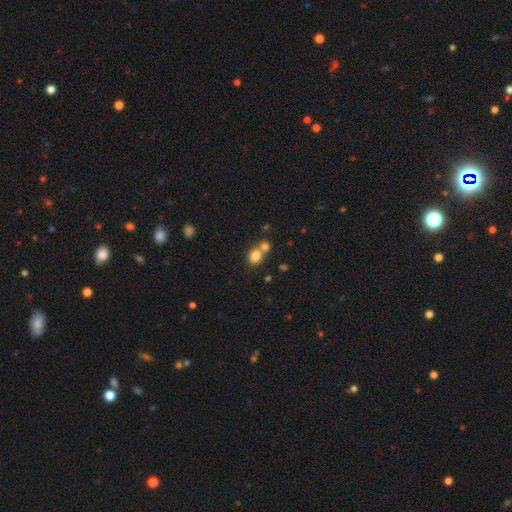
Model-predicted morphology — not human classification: smooth_or_featured: smooth (p=0.81) [alt: star or artifact p=0.11]
how_rounded: round (p=0.65) [alt: in between p=0.34]
merging: merger (p=0.46) [alt: none p=0.44]